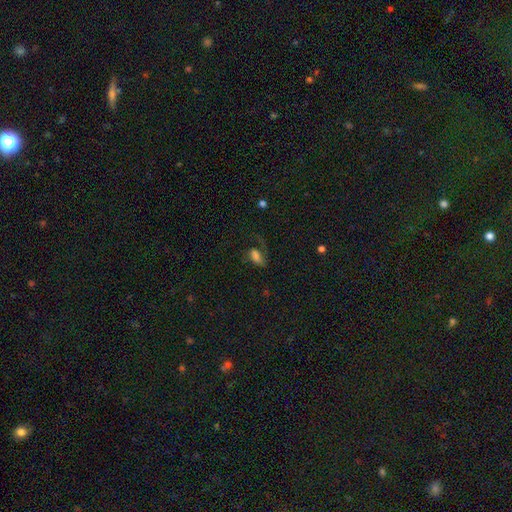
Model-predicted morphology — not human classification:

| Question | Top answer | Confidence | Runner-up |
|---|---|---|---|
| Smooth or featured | smooth | 59% | featured or disk (27%) |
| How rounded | in between | 87% | round (7%) |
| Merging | none | 41% | major disturbance (35%) |